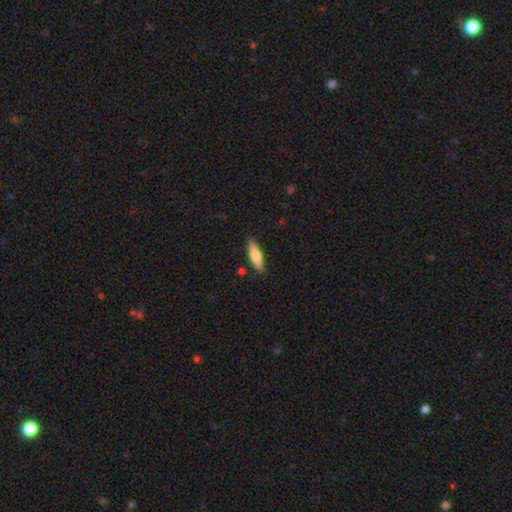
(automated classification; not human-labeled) Morphology: type=smooth (64%); roundness=cigar-shaped (62%); merging=none (85%).